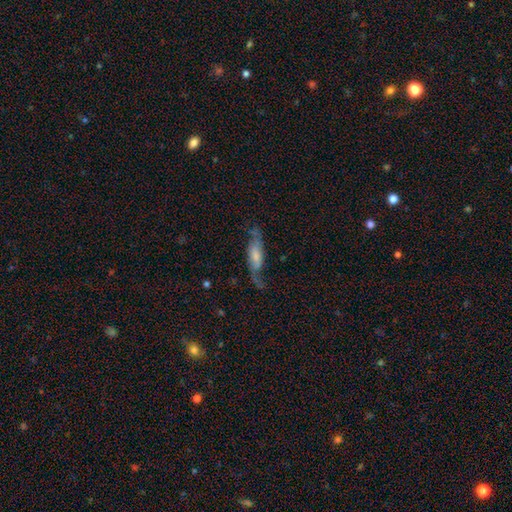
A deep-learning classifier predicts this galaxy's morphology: Smooth or featured?
  - featured or disk: 63% *
  - smooth: 30%
  - star or artifact: 7%
Edge-on disk?
  - no: 77% *
  - yes: 23%
Merging?
  - none: 58% *
  - minor disturbance: 23%
  - major disturbance: 17%
  - merger: 3%